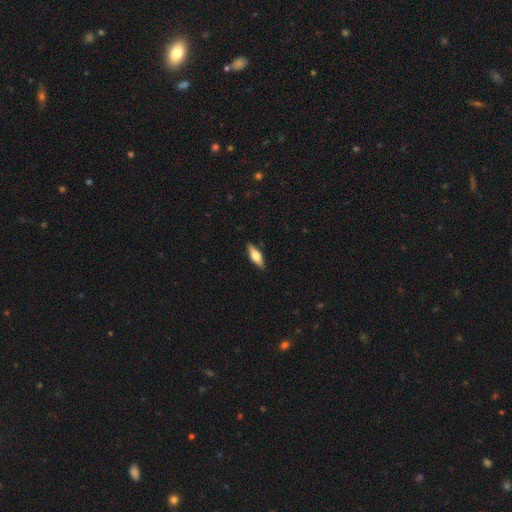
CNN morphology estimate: A smooth galaxy with no disk features (48%). Merging: none (88%).